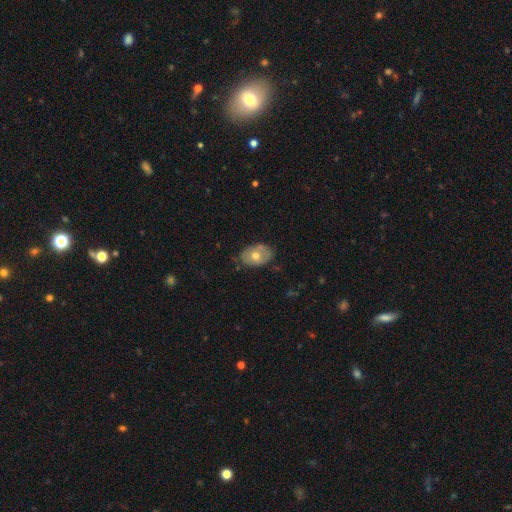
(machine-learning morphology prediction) smooth 57%, featured or disk 36%, star or artifact 7%. Down the decision tree: how rounded — in between (81%); merging — none (70%).